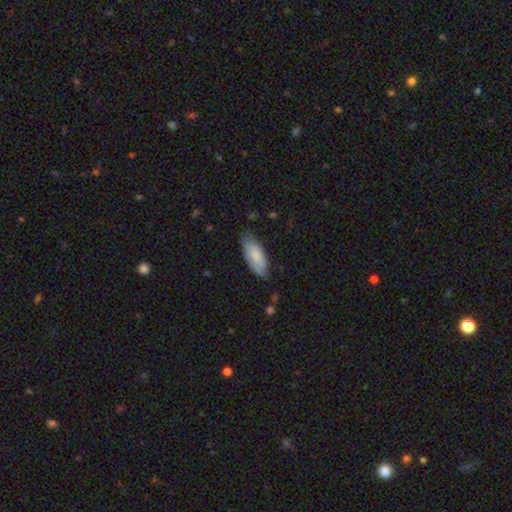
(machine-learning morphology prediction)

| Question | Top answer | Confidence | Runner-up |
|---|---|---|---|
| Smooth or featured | smooth | 78% | featured or disk (16%) |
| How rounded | in between | 81% | cigar-shaped (17%) |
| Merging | none | 67% | minor disturbance (27%) |